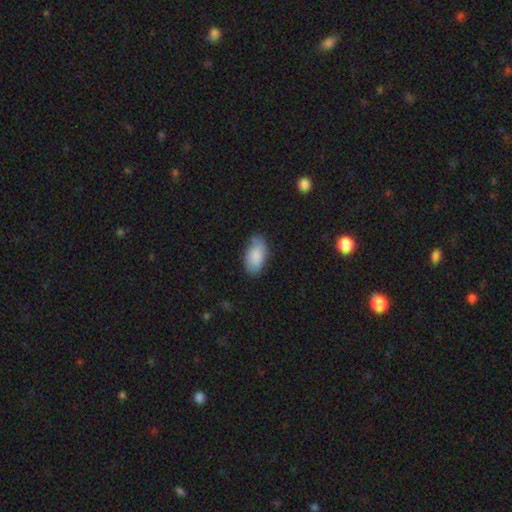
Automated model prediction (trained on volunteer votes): This is clearly a smooth galaxy (83%). How rounded: clearly in between (95%). Merging: likely none (66%).